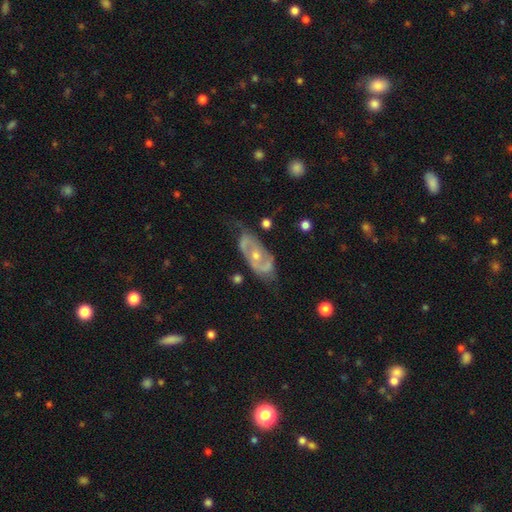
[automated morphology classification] A featured or disk galaxy (75%) with no bar (69%), spiral arms (64%) and a moderate central bulge (50%). Merging: none (52%).